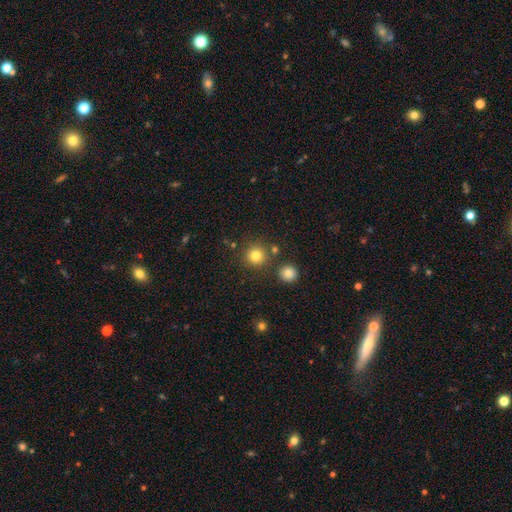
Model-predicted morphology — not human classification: The model was most divided on "smooth or featured": smooth: 80%, star or artifact: 13%, featured or disk: 6%. More confident: how rounded — round (94%); merging — none (84%).